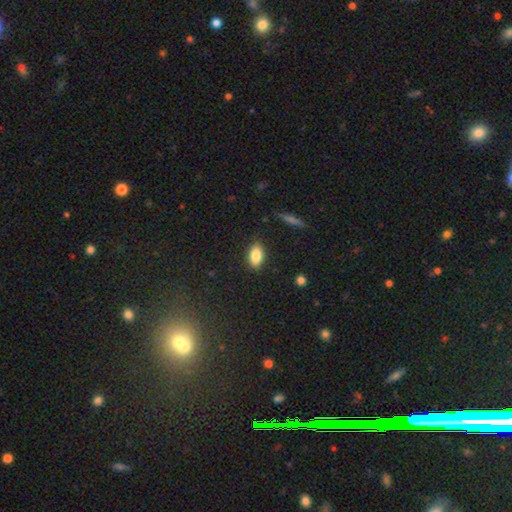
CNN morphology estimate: A smooth galaxy with no disk features (84%) that is in between round and cigar-shaped (90%). Merging: none (86%).